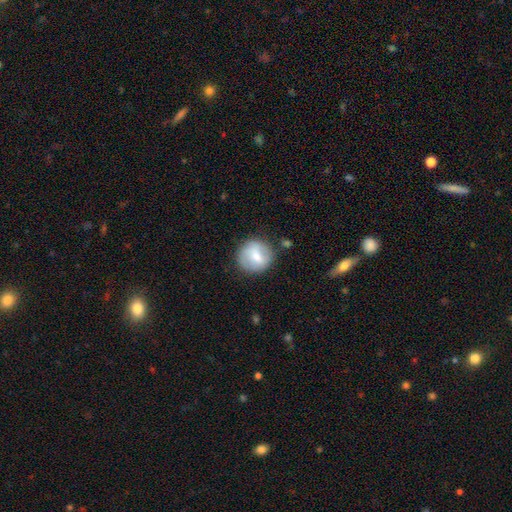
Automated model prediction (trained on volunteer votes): smooth_or_featured: smooth (p=0.62) [alt: featured or disk p=0.31]
how_rounded: round (p=0.90) [alt: in between p=0.09]
merging: none (p=0.80) [alt: minor disturbance p=0.13]